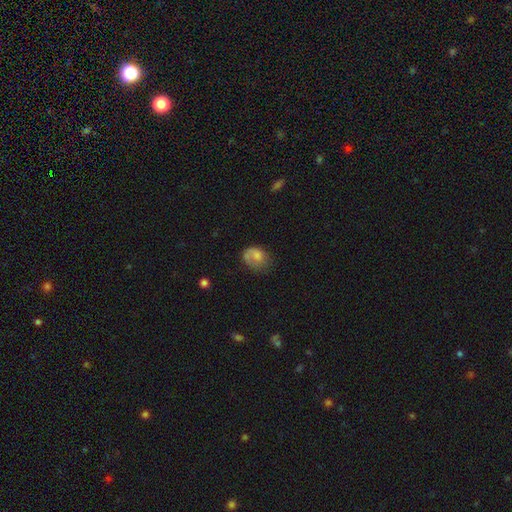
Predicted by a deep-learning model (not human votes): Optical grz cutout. It shows a smooth galaxy with no disk features (66%) that is in between round and cigar-shaped (62%). Merging: none (41%).